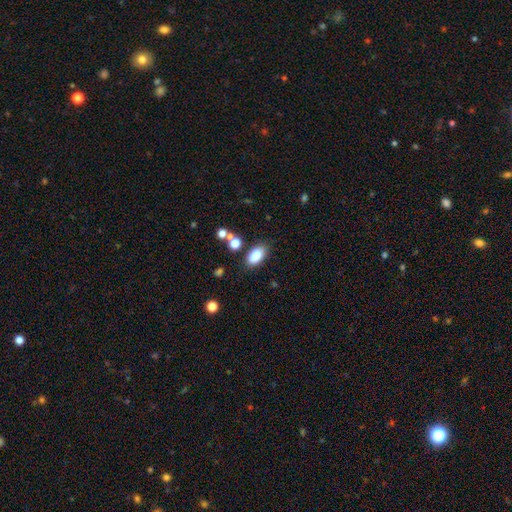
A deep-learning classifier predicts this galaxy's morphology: smooth_or_featured: smooth (p=0.85) [alt: star or artifact p=0.09]
how_rounded: in between (p=0.91) [alt: round p=0.06]
merging: none (p=0.80) [alt: minor disturbance p=0.11]